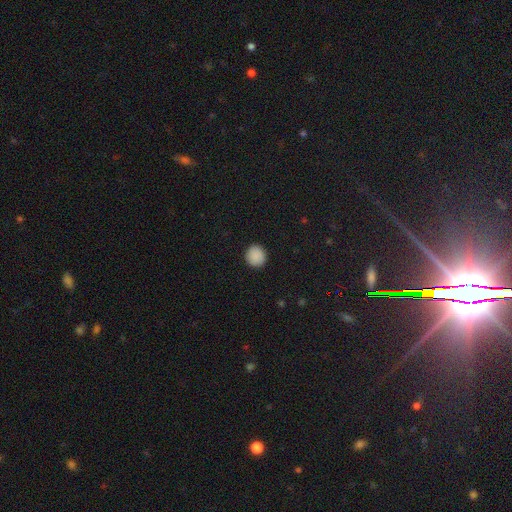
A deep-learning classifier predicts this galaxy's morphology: Smooth or featured?
  - smooth: 89% *
  - star or artifact: 8%
  - featured or disk: 2%
How rounded?
  - round: 90% *
  - in between: 9%
  - cigar-shaped: 1%
Merging?
  - none: 91% *
  - minor disturbance: 6%
  - major disturbance: 2%
  - merger: 1%